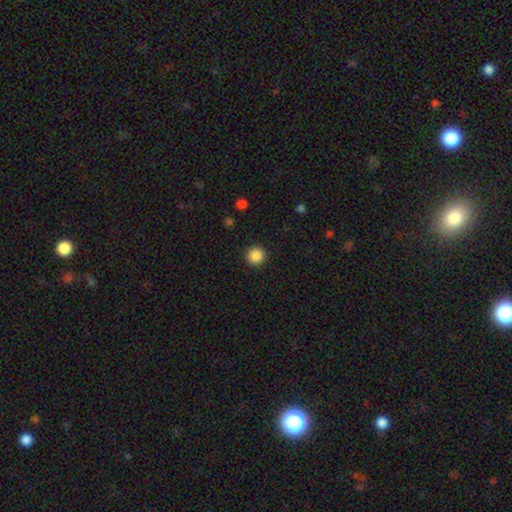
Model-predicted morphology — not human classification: Overall: smooth (87%). How rounded: round (95%). Merging: none (92%).